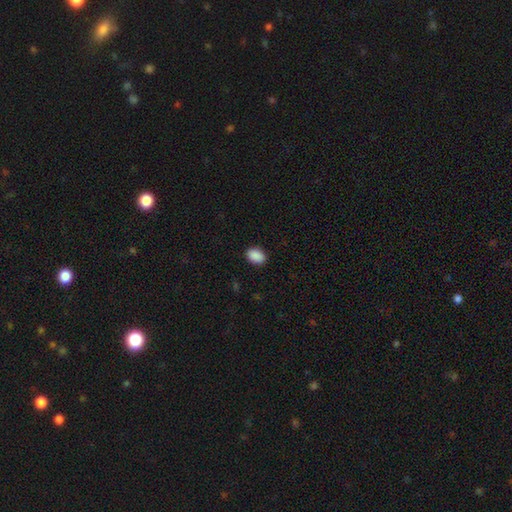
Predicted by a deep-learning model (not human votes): A smooth galaxy with no disk features (90%) that is in between round and cigar-shaped (82%). Merging: none (89%).